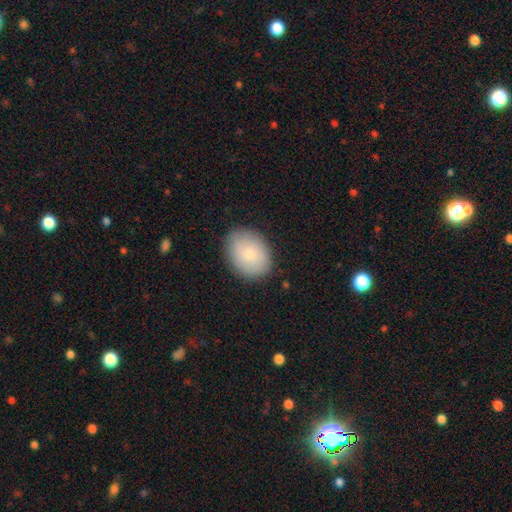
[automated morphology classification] The model was most divided on "how rounded": in between: 59%, round: 40%, cigar-shaped: 1%. More confident: merging — none (85%); smooth or featured — smooth (77%).